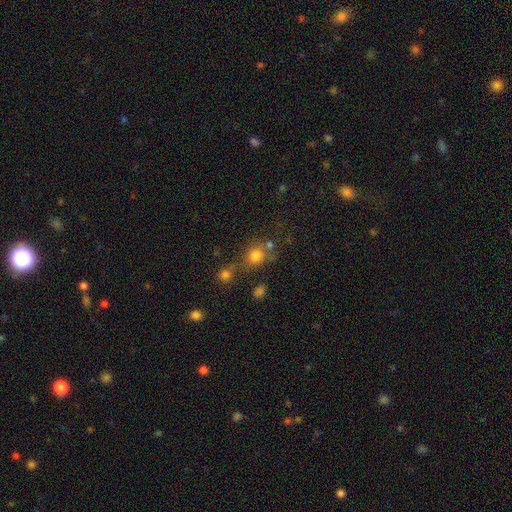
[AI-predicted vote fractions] Smooth or featured?
  - smooth: 76% *
  - star or artifact: 14%
  - featured or disk: 9%
How rounded?
  - round: 81% *
  - in between: 18%
  - cigar-shaped: 1%
Merging?
  - none: 55% *
  - merger: 25%
  - minor disturbance: 13%
  - major disturbance: 7%